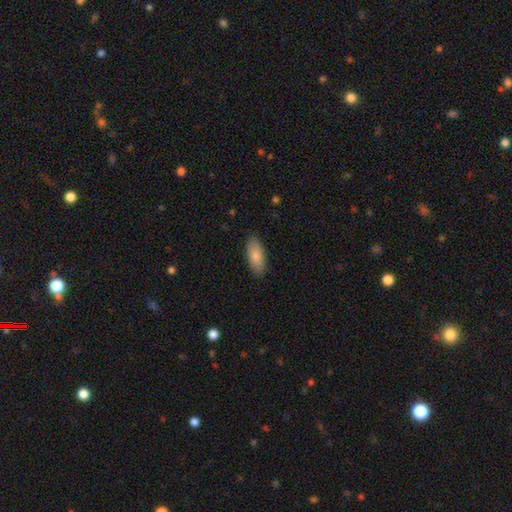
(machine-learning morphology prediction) Smooth or featured?
  - smooth: 86% *
  - featured or disk: 9%
  - star or artifact: 6%
How rounded?
  - in between: 87% *
  - cigar-shaped: 11%
  - round: 2%
Merging?
  - none: 87% *
  - minor disturbance: 10%
  - major disturbance: 2%
  - merger: 1%